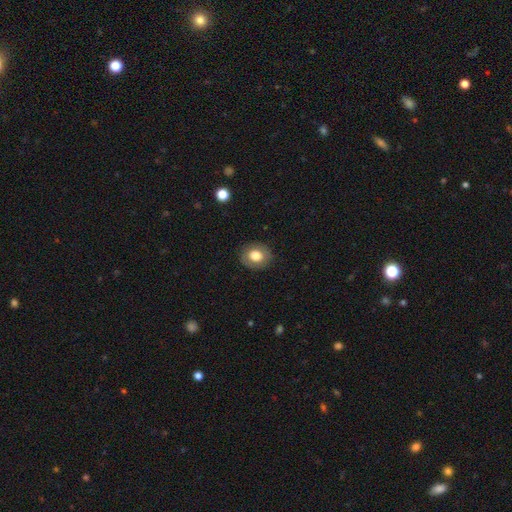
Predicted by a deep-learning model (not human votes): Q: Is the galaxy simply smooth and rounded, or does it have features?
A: smooth — 75%.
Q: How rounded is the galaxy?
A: round — 63%.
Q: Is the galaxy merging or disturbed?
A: none — 86%.